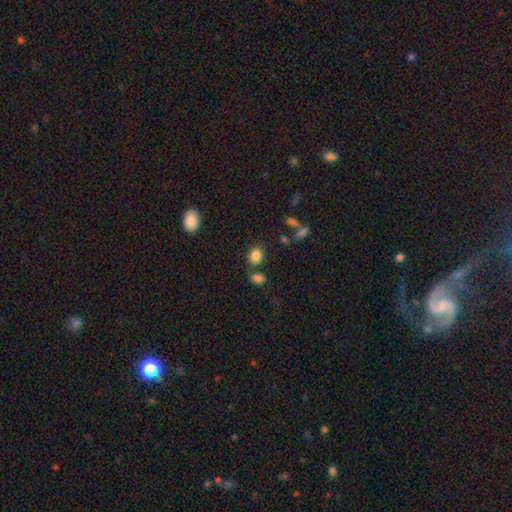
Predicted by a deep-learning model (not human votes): A smooth galaxy with no disk features (84%) that is in between round and cigar-shaped (60%).

Vote fractions:
- Smooth or featured? smooth: 84% / star or artifact: 10% / featured or disk: 6%
- How rounded? in between: 60% / round: 38% / cigar-shaped: 1%
- Merging? none: 71% / merger: 13% / minor disturbance: 12% / major disturbance: 4%